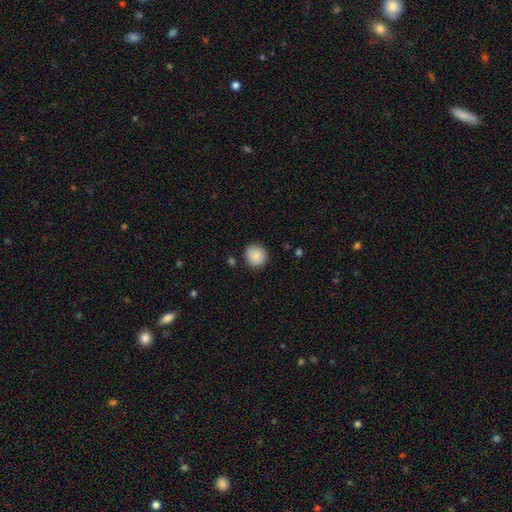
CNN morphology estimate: Smooth or featured: smooth — 87% (star or artifact — 8%)
How rounded: round — 91% (in between — 8%)
Merging: none — 87% (minor disturbance — 9%)